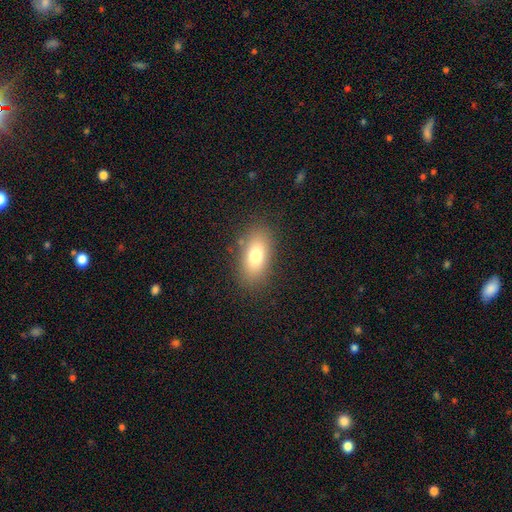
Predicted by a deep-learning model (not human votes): A smooth galaxy with no disk features (76%) that is in between round and cigar-shaped (88%). Merging: none (84%).